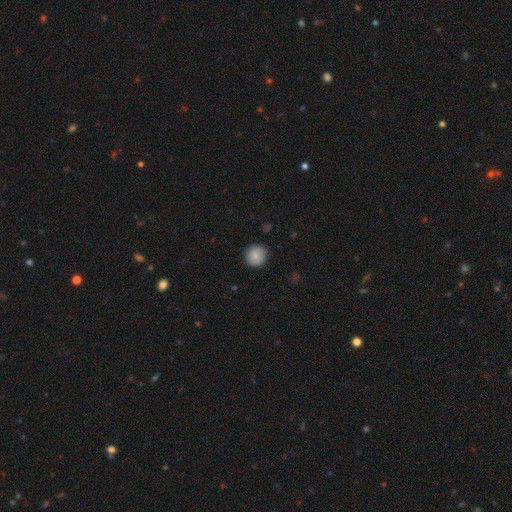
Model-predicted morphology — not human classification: This is clearly a smooth galaxy (85%). How rounded: clearly round (90%). Merging: clearly none (84%).